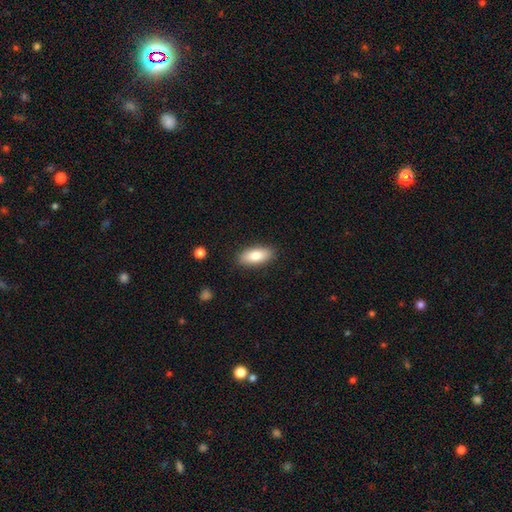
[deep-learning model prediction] A smooth galaxy with no disk features (82%) that is in between round and cigar-shaped (86%).

Vote fractions:
- Smooth or featured? smooth: 82% / featured or disk: 11% / star or artifact: 6%
- How rounded? in between: 86% / cigar-shaped: 12% / round: 3%
- Merging? none: 88% / minor disturbance: 9% / major disturbance: 2% / merger: 1%